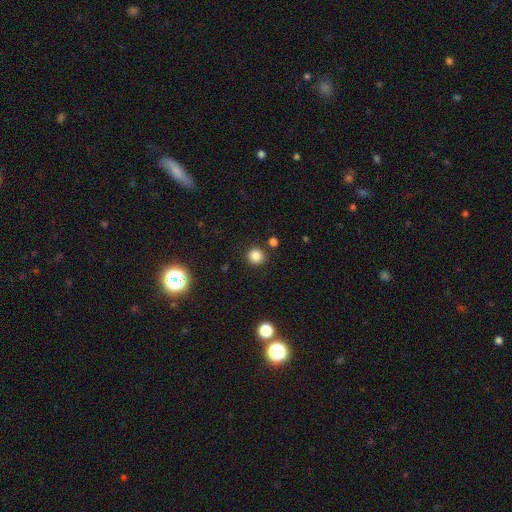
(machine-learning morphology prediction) Overall: smooth (84%). How rounded: round (92%). Merging: none (87%).